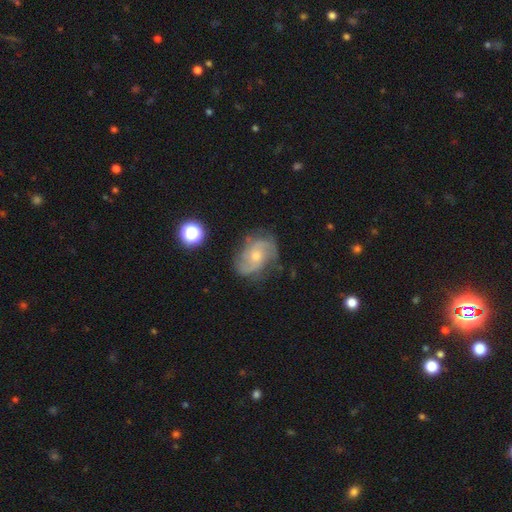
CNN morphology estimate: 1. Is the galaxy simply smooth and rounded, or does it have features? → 78% featured or disk, 13% smooth, 8% star or artifact.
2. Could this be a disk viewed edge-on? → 97% no, 3% yes.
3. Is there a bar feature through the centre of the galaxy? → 67% no, 29% weak, 4% strong.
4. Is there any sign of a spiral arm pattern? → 94% yes, 6% no.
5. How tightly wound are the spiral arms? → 47% medium, 28% loose, 25% tight.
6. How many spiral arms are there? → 60% 2, 15% can't tell, 15% 3, 4% 1, 3% 4, 3% more than 4.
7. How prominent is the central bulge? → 48% moderate, 46% small, 2% none, 2% large, 1% dominant.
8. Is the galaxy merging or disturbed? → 70% none, 20% minor disturbance, 8% major disturbance, 2% merger.